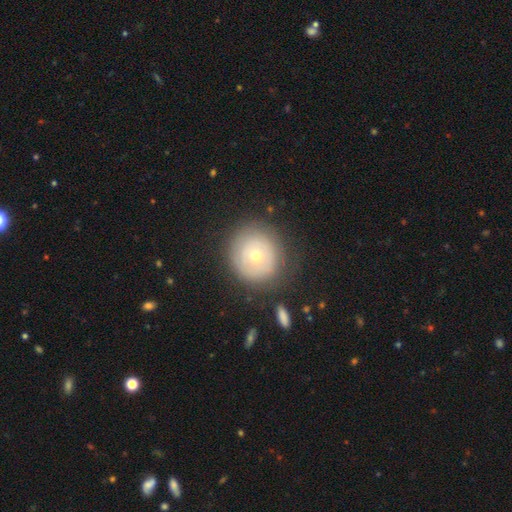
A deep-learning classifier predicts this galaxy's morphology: Smooth or featured?
  - smooth: 52% *
  - featured or disk: 40%
  - star or artifact: 9%
How rounded?
  - round: 90% *
  - in between: 9%
  - cigar-shaped: 1%
Merging?
  - none: 80% *
  - minor disturbance: 13%
  - major disturbance: 6%
  - merger: 2%